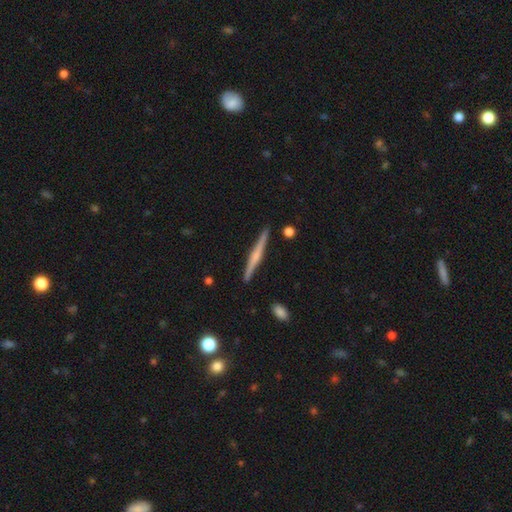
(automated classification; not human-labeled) This is likely a featured or disk galaxy (66%). It is clearly viewed edge-on (98%). Edge-on bulge: likely rounded (60%). Merging: clearly none (91%).